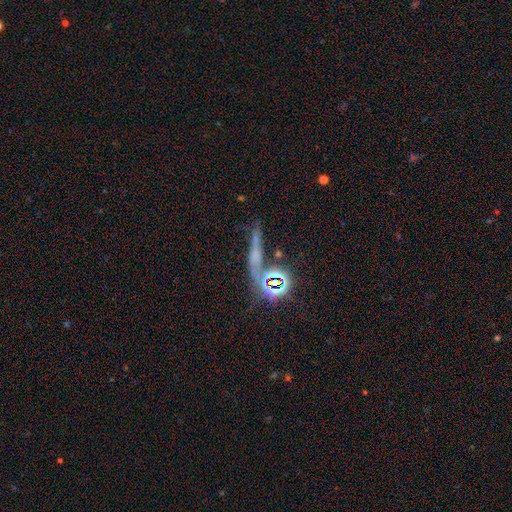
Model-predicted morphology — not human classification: Smooth or featured? Predicted: star or artifact (p=0.45).